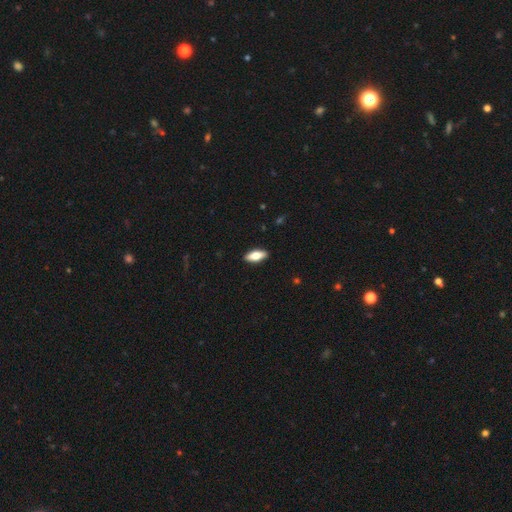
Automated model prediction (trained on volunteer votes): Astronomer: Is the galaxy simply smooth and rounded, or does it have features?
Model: smooth — 69%.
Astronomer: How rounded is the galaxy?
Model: in between — 75%.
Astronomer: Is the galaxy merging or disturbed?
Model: none — 90%.